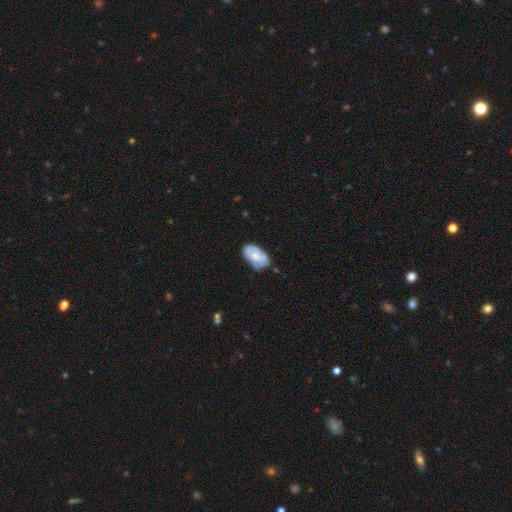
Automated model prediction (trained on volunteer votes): smooth_or_featured: smooth (p=0.54) [alt: featured or disk p=0.39]
how_rounded: in between (p=0.92) [alt: round p=0.06]
merging: none (p=0.57) [alt: minor disturbance p=0.31]